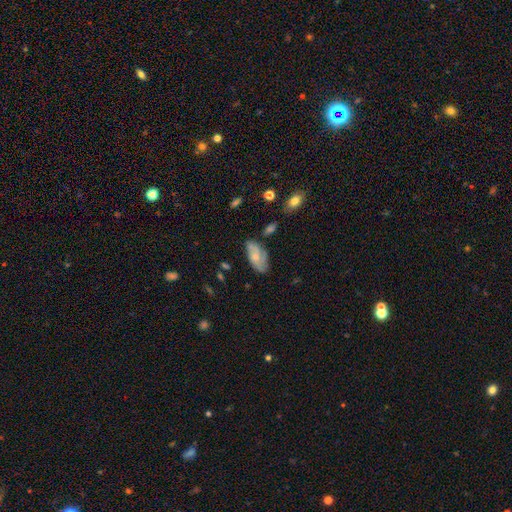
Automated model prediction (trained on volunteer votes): This is possibly a smooth galaxy (53%). How rounded: clearly in between (91%). Merging: possibly none (59%).